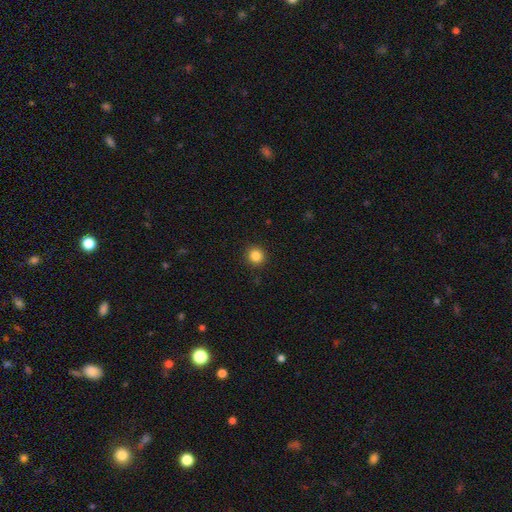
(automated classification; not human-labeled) Smooth or featured: smooth — 85% (star or artifact — 11%)
How rounded: round — 93% (in between — 6%)
Merging: none — 92% (minor disturbance — 5%)